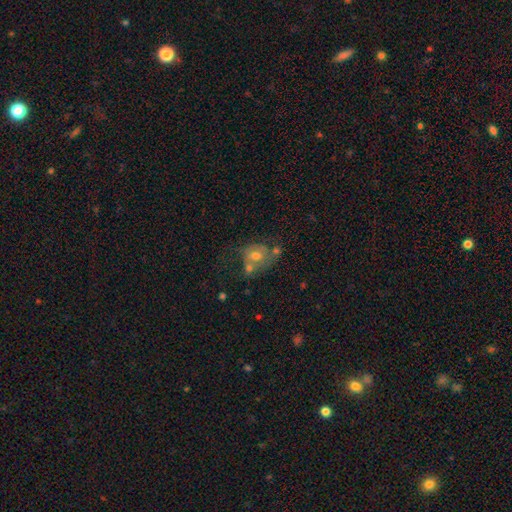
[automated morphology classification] type=smooth (48%); merging=merger (33%, tied with none).